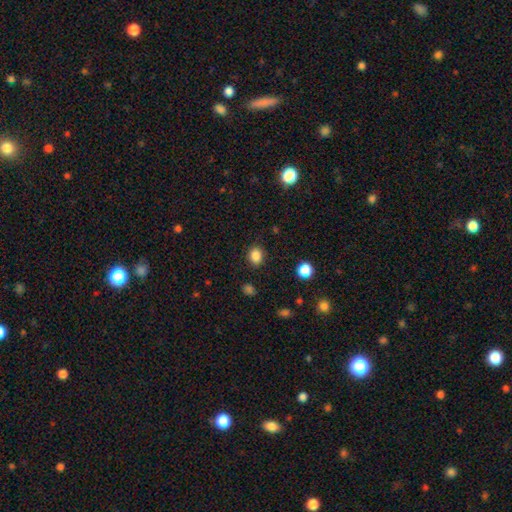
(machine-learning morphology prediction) Smooth or featured?
  - smooth: 85% *
  - star or artifact: 11%
  - featured or disk: 4%
How rounded?
  - round: 52% *
  - in between: 47%
  - cigar-shaped: 1%
Merging?
  - none: 86% *
  - minor disturbance: 10%
  - major disturbance: 3%
  - merger: 1%